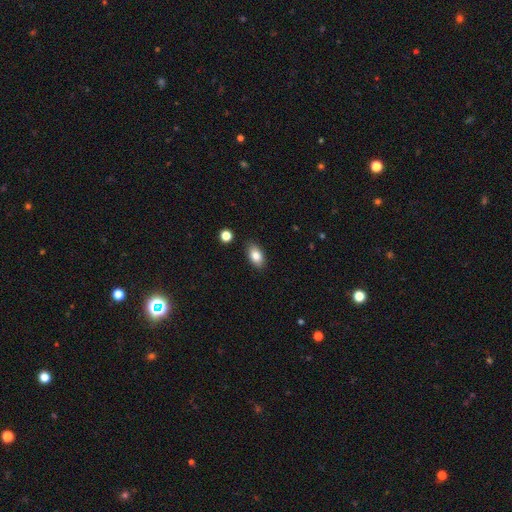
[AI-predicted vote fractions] This is clearly a smooth galaxy (84%). How rounded: clearly in between (91%). Merging: clearly none (87%).